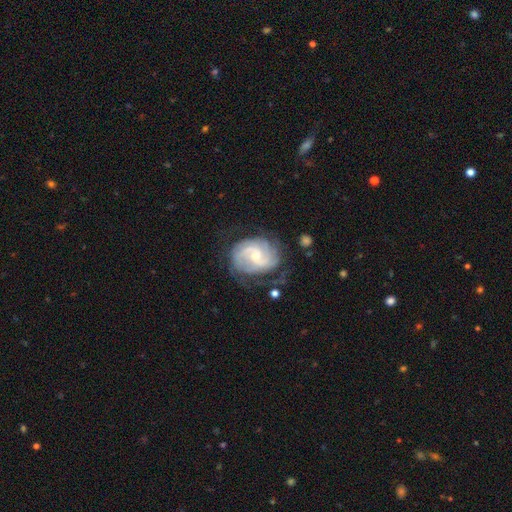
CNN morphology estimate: This is clearly a featured or disk galaxy (85%). It is clearly not viewed edge-on (98%). Bar: possibly no (48%). Spiral arm pattern: clearly yes (96%). Spiral arm count: possibly 2 (49%). Spiral winding: possibly tight (52%). Central bulge: possibly small (54%). Merging: likely none (64%).